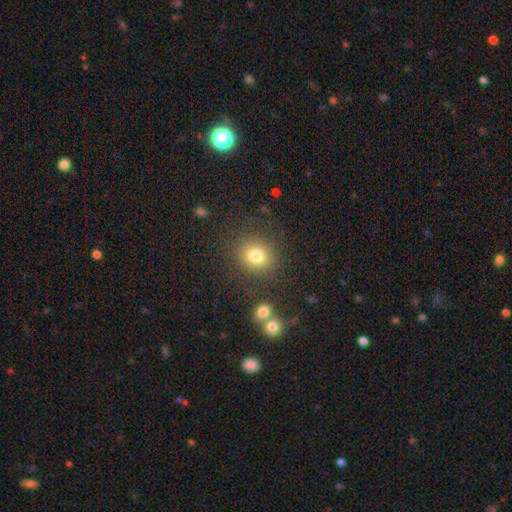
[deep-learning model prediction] Smooth or featured? Predicted: smooth (p=0.79). How rounded? Predicted: round (p=0.82). Merging? Predicted: none (p=0.83).